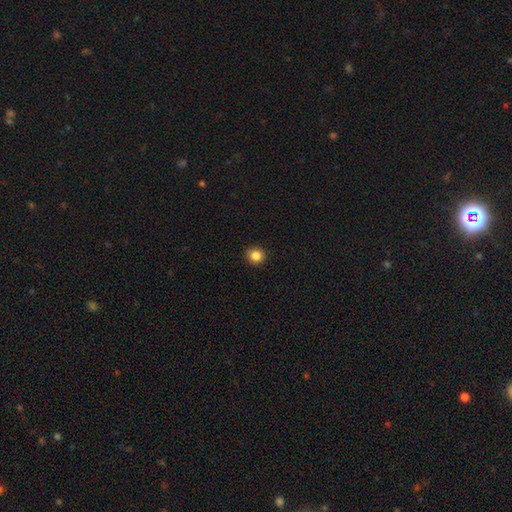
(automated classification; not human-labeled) smooth_or_featured: smooth (p=0.85) [alt: star or artifact p=0.11]
how_rounded: round (p=0.88) [alt: in between p=0.11]
merging: none (p=0.91) [alt: minor disturbance p=0.06]